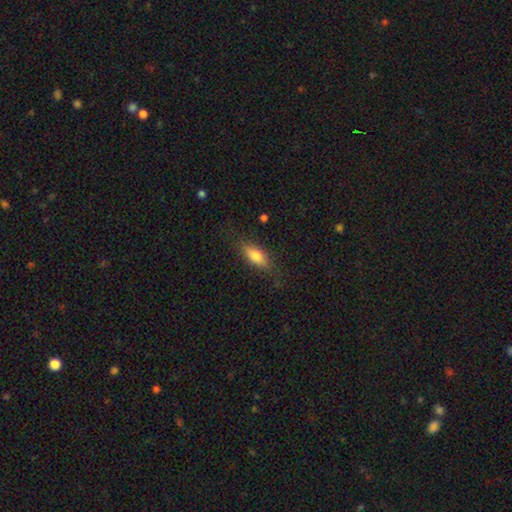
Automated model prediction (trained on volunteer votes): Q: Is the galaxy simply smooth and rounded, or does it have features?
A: smooth — 74%.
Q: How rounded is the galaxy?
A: in between — 74%.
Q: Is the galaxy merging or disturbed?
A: none — 79%.